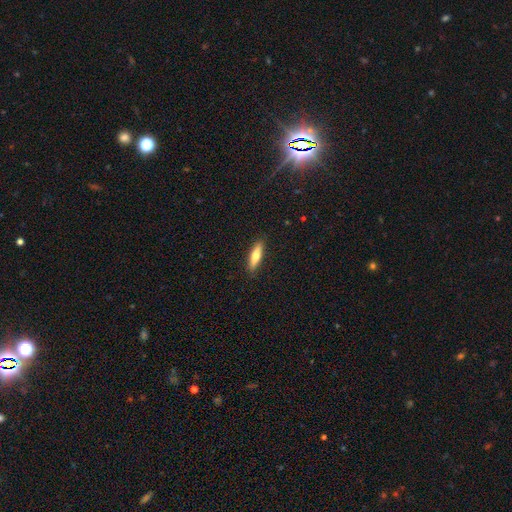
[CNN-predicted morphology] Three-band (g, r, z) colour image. It shows a smooth galaxy with no disk features (65%) that is cigar-shaped (68%). Merging: none (90%).